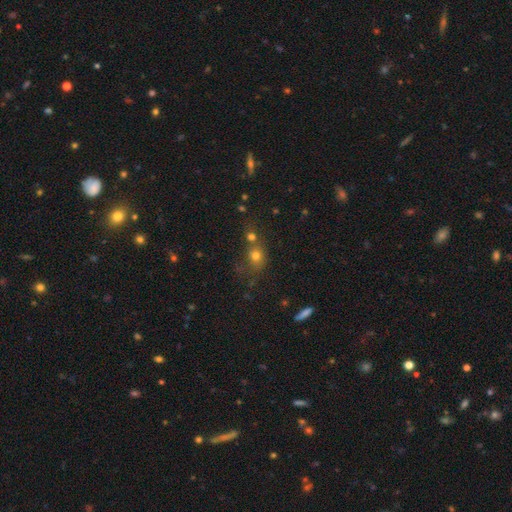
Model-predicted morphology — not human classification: This is likely a smooth galaxy (70%). How rounded: likely round (68%). Merging: marginally none (41%).